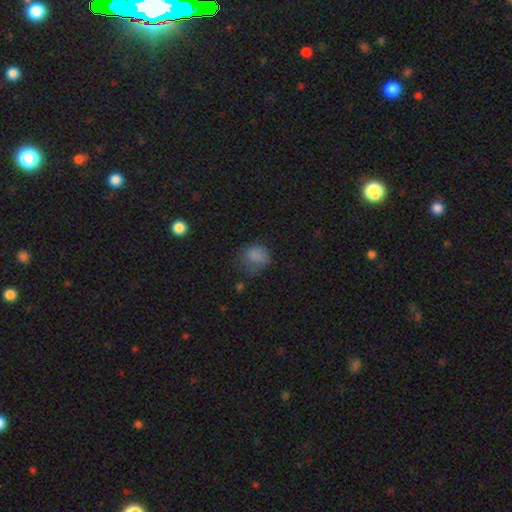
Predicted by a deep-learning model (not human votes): A smooth galaxy with no disk features (76%) that is round (57%).

Vote fractions:
- Smooth or featured? smooth: 76% / star or artifact: 14% / featured or disk: 10%
- How rounded? round: 57% / in between: 42% / cigar-shaped: 1%
- Merging? none: 44% / minor disturbance: 30% / major disturbance: 22% / merger: 3%